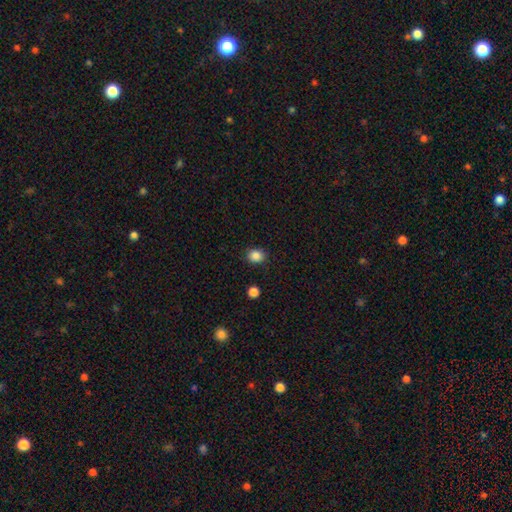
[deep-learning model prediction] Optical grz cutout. It shows a smooth galaxy with no disk features (86%) that is round (65%). Merging: none (87%).